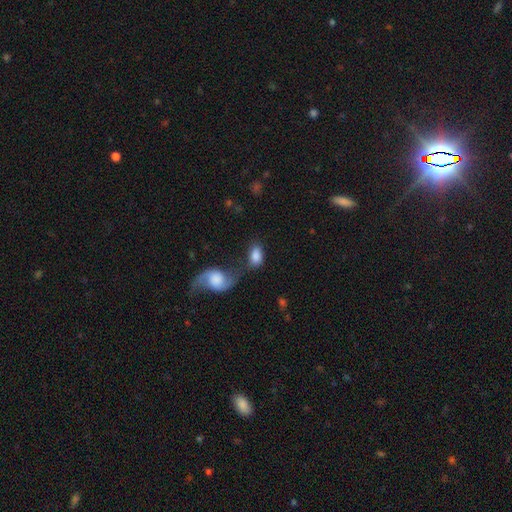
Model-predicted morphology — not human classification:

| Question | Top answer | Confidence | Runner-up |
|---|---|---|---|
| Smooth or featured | smooth | 77% | featured or disk (16%) |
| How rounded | in between | 88% | round (10%) |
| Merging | merger | 39% | none (36%) |